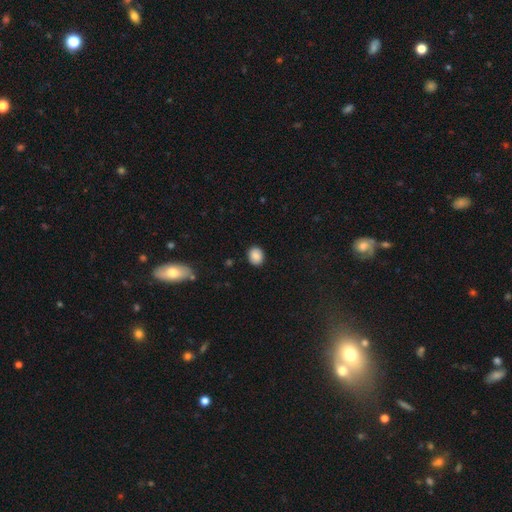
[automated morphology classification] smooth 87%, star or artifact 9%, featured or disk 5%. Down the decision tree: how rounded — round (65%); merging — none (88%).